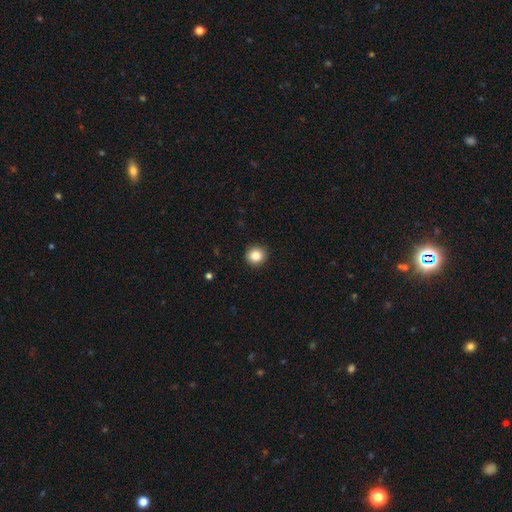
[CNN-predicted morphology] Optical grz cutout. It shows a smooth galaxy with no disk features (86%) that is round (91%). Merging: none (91%).